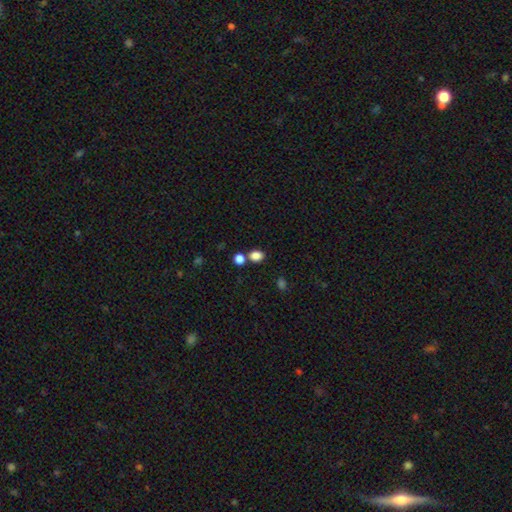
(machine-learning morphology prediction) Smooth or featured?
  - smooth: 84% *
  - star or artifact: 12%
  - featured or disk: 4%
How rounded?
  - in between: 56% *
  - round: 43%
  - cigar-shaped: 1%
Merging?
  - none: 67% *
  - merger: 20%
  - minor disturbance: 10%
  - major disturbance: 4%